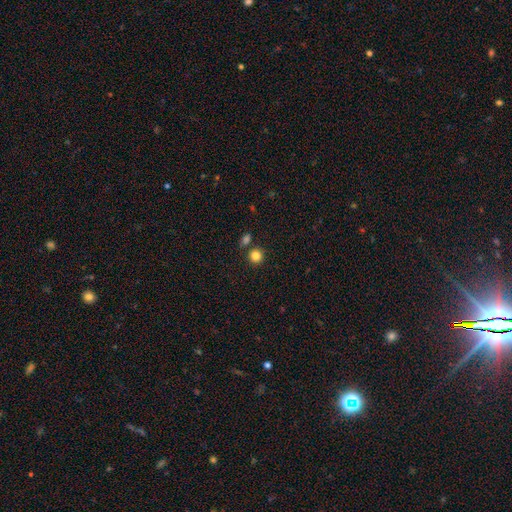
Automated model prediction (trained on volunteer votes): Smooth or featured?
  - smooth: 84% *
  - star or artifact: 11%
  - featured or disk: 5%
How rounded?
  - round: 92% *
  - in between: 7%
  - cigar-shaped: 1%
Merging?
  - none: 80% *
  - merger: 10%
  - minor disturbance: 7%
  - major disturbance: 2%